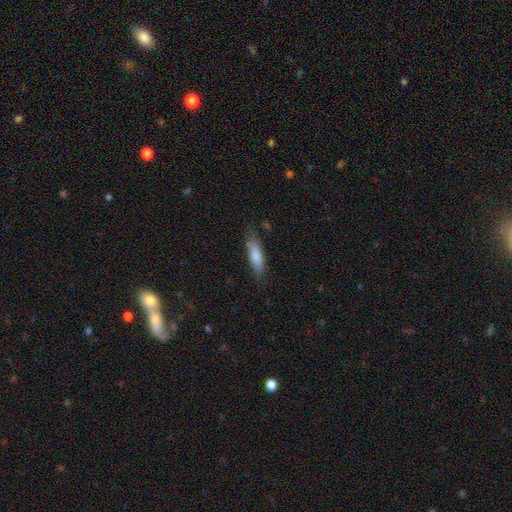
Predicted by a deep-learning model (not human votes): Smooth or featured?
  - smooth: 80% *
  - featured or disk: 15%
  - star or artifact: 6%
How rounded?
  - cigar-shaped: 59% *
  - in between: 40%
  - round: 2%
Merging?
  - none: 71% *
  - minor disturbance: 21%
  - major disturbance: 5%
  - merger: 2%